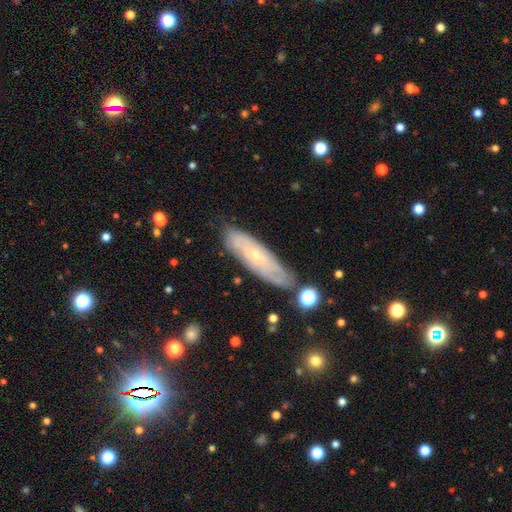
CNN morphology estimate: featured or disk 62%, smooth 30%, star or artifact 7%. Down the decision tree: edge-on disk — no (71%); merging — none (75%).